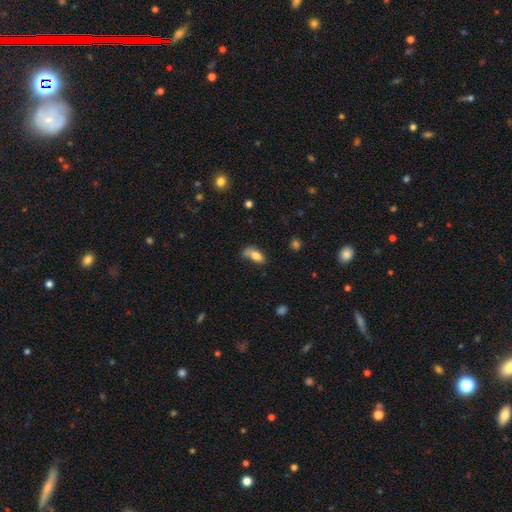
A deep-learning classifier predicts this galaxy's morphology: smooth-or-featured: smooth: 78% | featured or disk: 13% | star or artifact: 9%
  how-rounded: in between: 86% | cigar-shaped: 9% | round: 5%
  merging: none: 41% | minor disturbance: 31% | major disturbance: 18% | merger: 10%